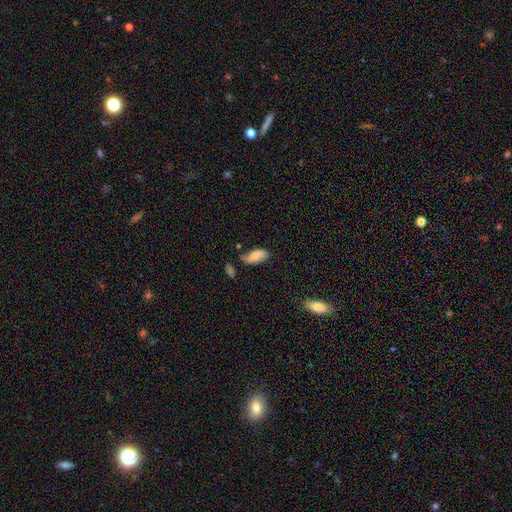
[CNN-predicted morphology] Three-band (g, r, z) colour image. It shows a smooth galaxy with no disk features (74%) that is in between round and cigar-shaped (88%). Merging: none (55%).